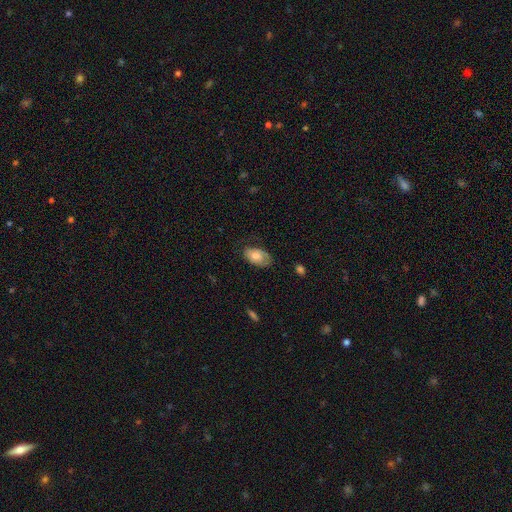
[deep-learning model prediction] smooth 57%, featured or disk 36%, star or artifact 7%. Down the decision tree: how rounded — in between (91%); merging — none (63%).